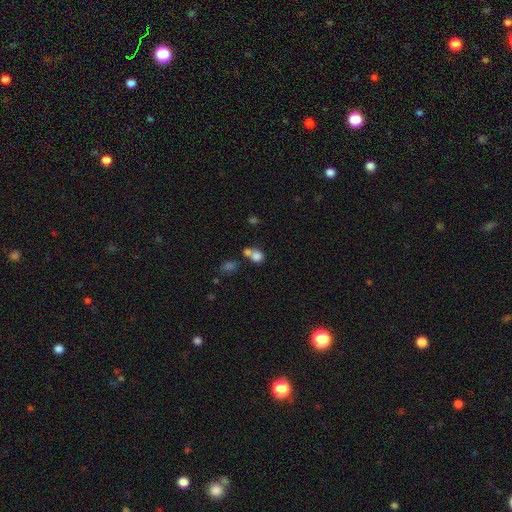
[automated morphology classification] This appears to be a smooth galaxy with no disk features (78%) that is round (70%). Merging: merger (50%).